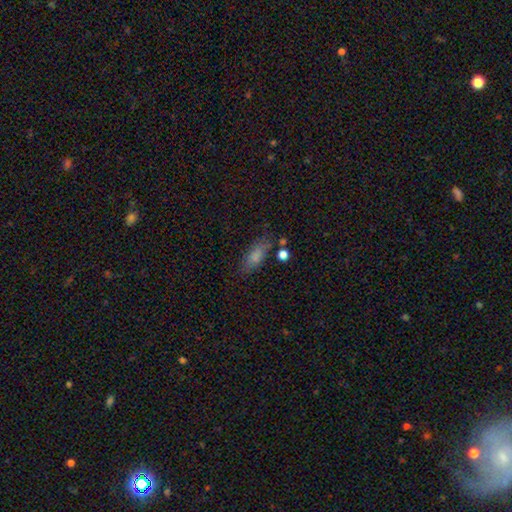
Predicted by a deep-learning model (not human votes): smooth-or-featured: smooth: 80% | featured or disk: 10% | star or artifact: 10%
  how-rounded: in between: 74% | cigar-shaped: 22% | round: 4%
  merging: none: 70% | minor disturbance: 18% | merger: 6% | major disturbance: 6%